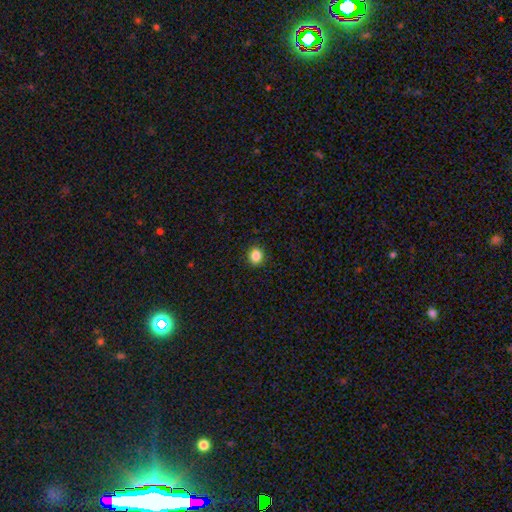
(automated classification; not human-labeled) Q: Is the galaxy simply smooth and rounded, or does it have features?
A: smooth — 86%.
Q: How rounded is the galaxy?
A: round — 74%.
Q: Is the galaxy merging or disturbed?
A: none — 91%.